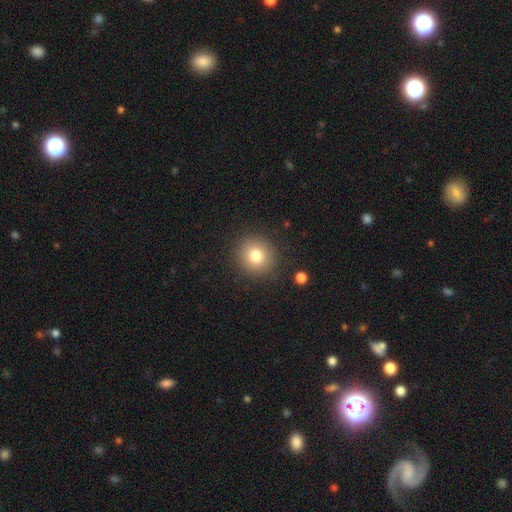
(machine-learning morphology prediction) Q: Smooth or featured?
A: smooth (79%); runner-up: star or artifact (12%)
Q: How rounded?
A: round (88%); runner-up: in between (11%)
Q: Merging?
A: none (88%); runner-up: minor disturbance (7%)